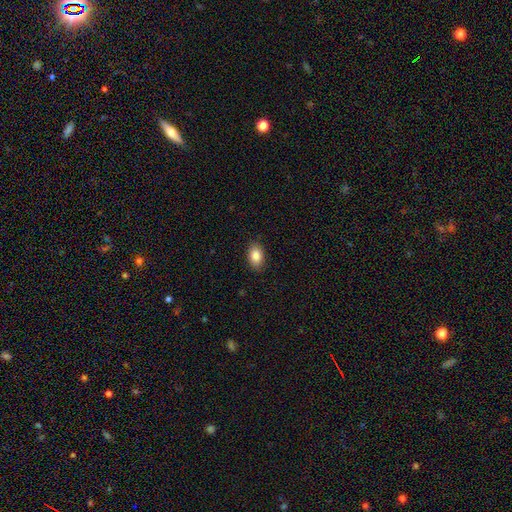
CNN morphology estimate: type=smooth (87%); roundness=in between (88%); merging=none (87%).